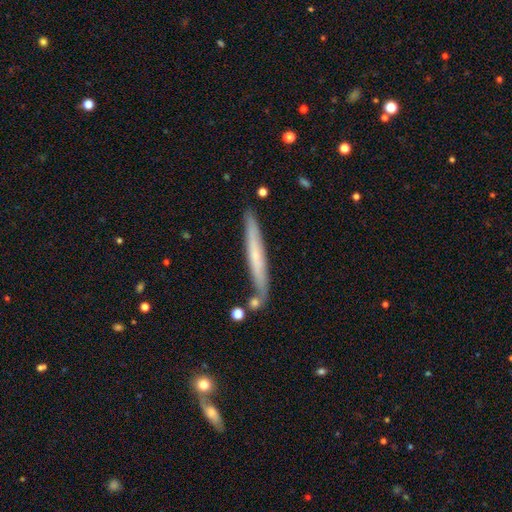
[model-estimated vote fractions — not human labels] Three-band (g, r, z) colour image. It shows a smooth galaxy with no disk features (48%). Merging: none (83%).